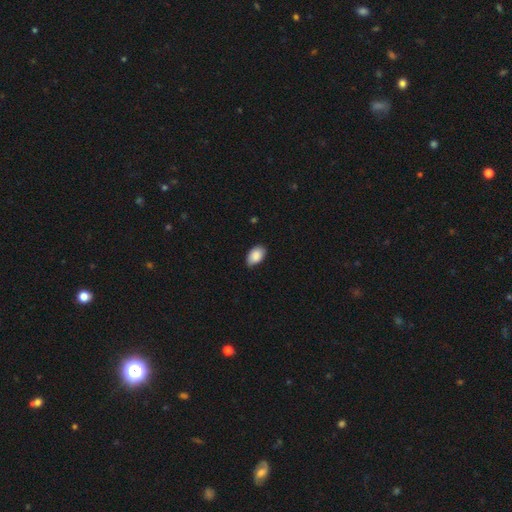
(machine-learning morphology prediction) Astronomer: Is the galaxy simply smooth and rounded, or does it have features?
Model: smooth — 89%.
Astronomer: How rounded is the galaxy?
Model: in between — 92%.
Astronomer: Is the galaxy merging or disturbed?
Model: none — 80%.